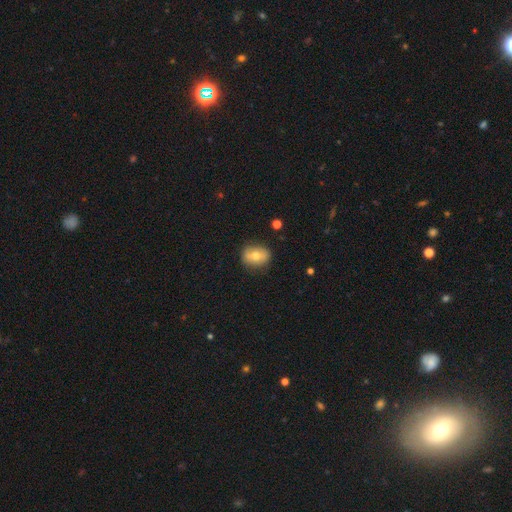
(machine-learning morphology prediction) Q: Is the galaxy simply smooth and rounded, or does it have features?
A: smooth — 64%.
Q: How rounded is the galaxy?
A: round — 51%.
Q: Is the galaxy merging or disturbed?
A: none — 81%.